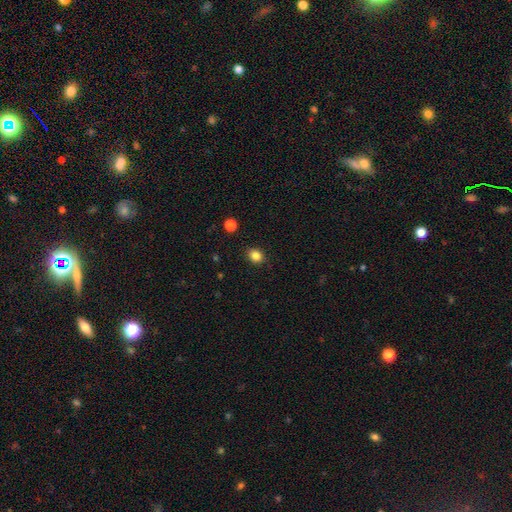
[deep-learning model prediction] Q: Smooth or featured?
A: smooth (84%); runner-up: star or artifact (11%)
Q: How rounded?
A: round (57%); runner-up: in between (42%)
Q: Merging?
A: none (89%); runner-up: minor disturbance (8%)